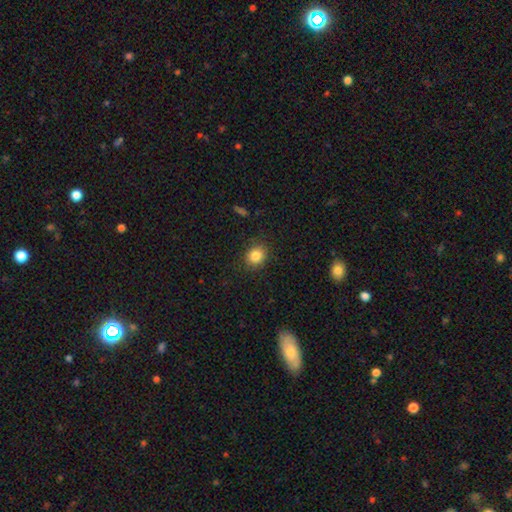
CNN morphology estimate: Smooth or featured? Predicted: smooth (p=0.84). How rounded? Predicted: round (p=0.66). Merging? Predicted: none (p=0.86).